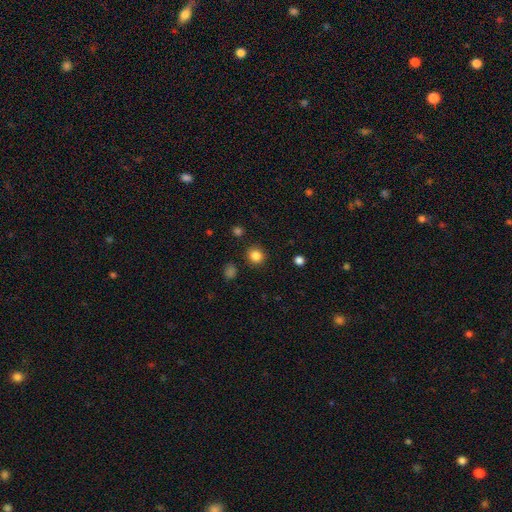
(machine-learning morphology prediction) type=smooth (85%); roundness=round (92%); merging=none (90%).